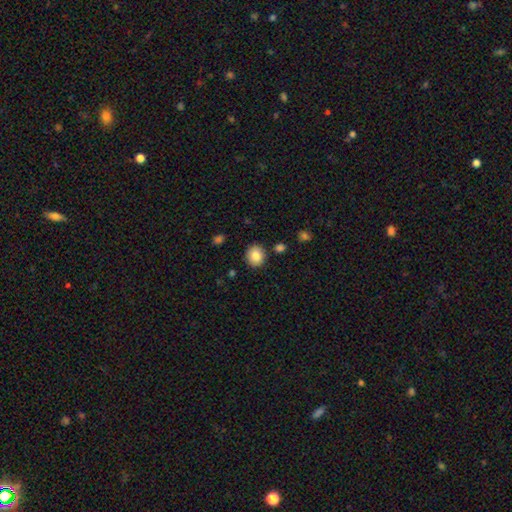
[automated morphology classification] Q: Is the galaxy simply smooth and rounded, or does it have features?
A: smooth — 85%.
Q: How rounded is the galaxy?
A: round — 83%.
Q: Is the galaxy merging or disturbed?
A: none — 88%.